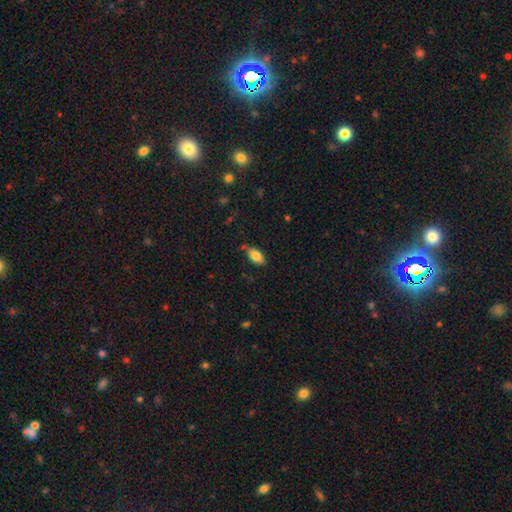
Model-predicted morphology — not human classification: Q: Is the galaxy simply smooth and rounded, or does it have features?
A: smooth — 83%.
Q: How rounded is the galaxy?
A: in between — 92%.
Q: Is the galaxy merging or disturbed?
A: none — 76%.